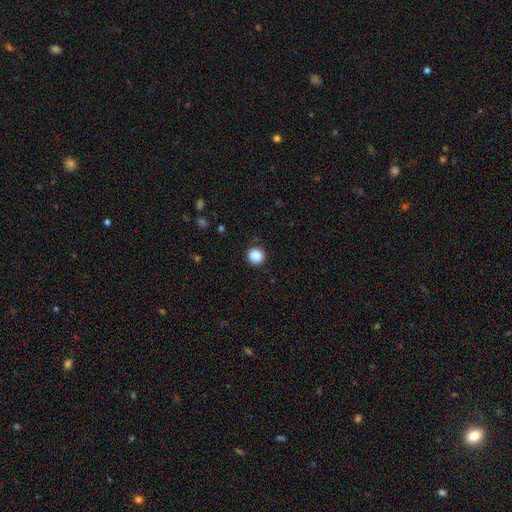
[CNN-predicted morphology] Overall: smooth (88%). How rounded: round (91%). Merging: none (90%).